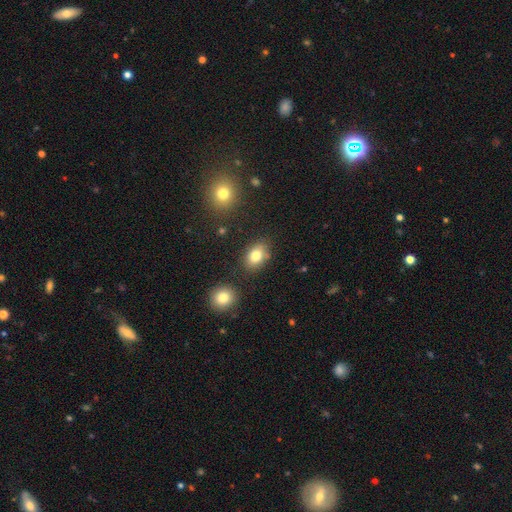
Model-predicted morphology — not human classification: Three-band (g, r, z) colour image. It shows a smooth galaxy with no disk features (80%) that is in between round and cigar-shaped (77%). Merging: none (77%).